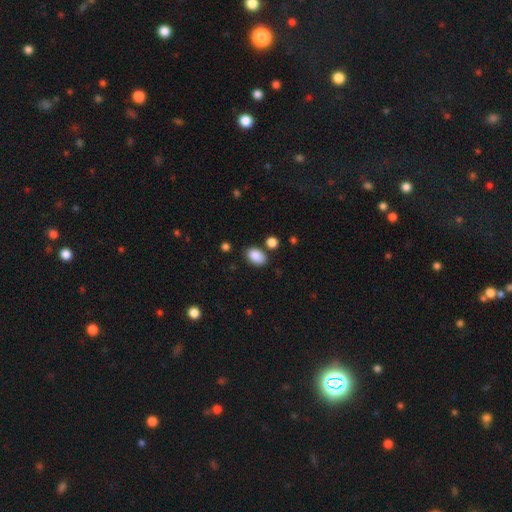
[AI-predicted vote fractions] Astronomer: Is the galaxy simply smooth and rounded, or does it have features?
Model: smooth — 88%.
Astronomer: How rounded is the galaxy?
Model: in between — 86%.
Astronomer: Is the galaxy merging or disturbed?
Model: none — 76%.